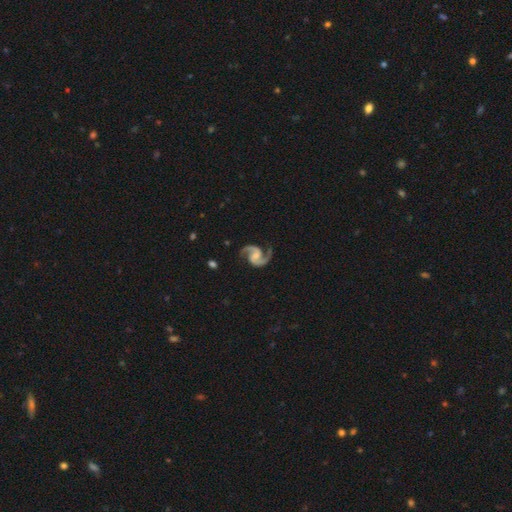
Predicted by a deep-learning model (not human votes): A featured or disk galaxy (94%) with no bar (44%), 2 (95%) medium (64%) spiral arms (99%) and a small central bulge (49%). Merging: none (80%).